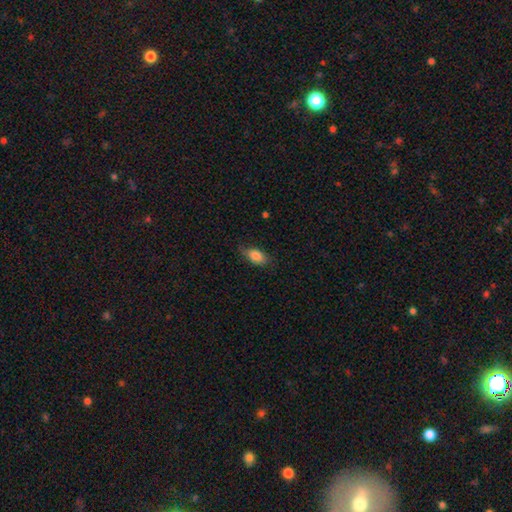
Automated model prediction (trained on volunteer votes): The model was most divided on "merging": none: 71%, minor disturbance: 23%, major disturbance: 5%, merger: 1%. More confident: how rounded — in between (88%); smooth or featured — smooth (83%).